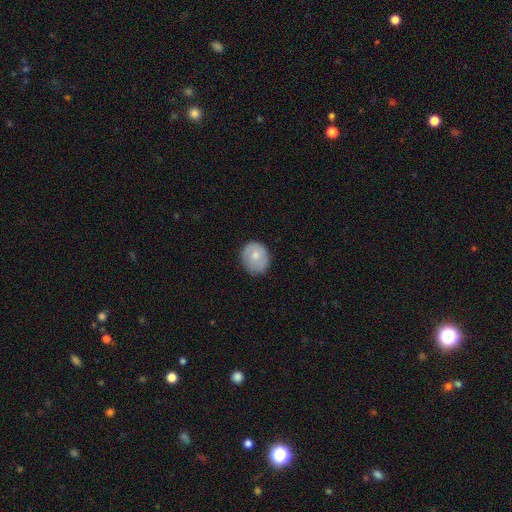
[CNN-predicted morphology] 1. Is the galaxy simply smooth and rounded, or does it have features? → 70% smooth, 23% featured or disk, 7% star or artifact.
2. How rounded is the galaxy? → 78% round, 21% in between, 1% cigar-shaped.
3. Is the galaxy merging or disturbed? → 76% none, 19% minor disturbance, 4% major disturbance, 1% merger.